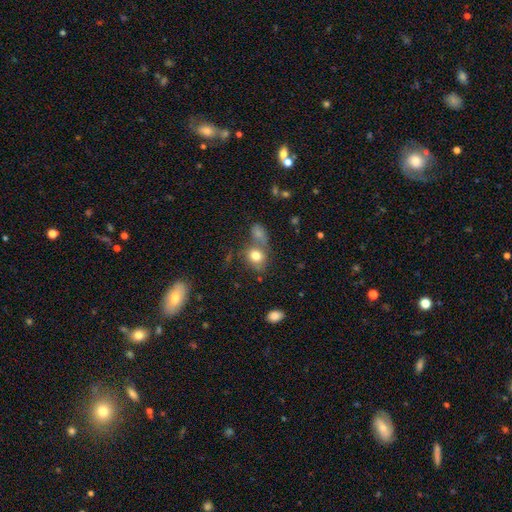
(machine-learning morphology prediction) This appears to be a smooth galaxy with no disk features (78%) that is round (60%). Merging: none (49%).